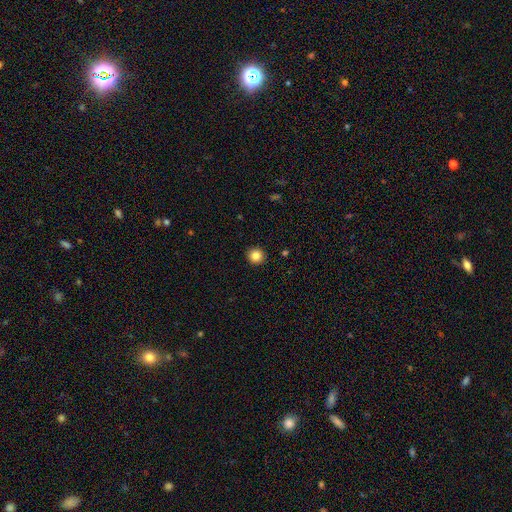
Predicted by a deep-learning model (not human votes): Smooth or featured?
  - smooth: 84% *
  - star or artifact: 10%
  - featured or disk: 5%
How rounded?
  - round: 94% *
  - in between: 5%
  - cigar-shaped: 1%
Merging?
  - none: 93% *
  - minor disturbance: 5%
  - major disturbance: 1%
  - merger: 1%